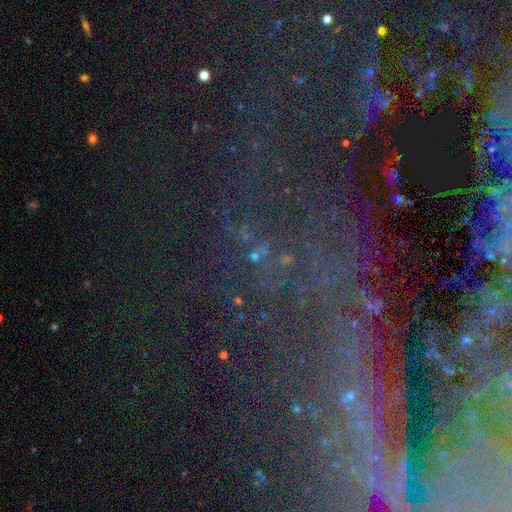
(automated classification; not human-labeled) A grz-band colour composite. It shows a star or artifact, not a galaxy (68%).